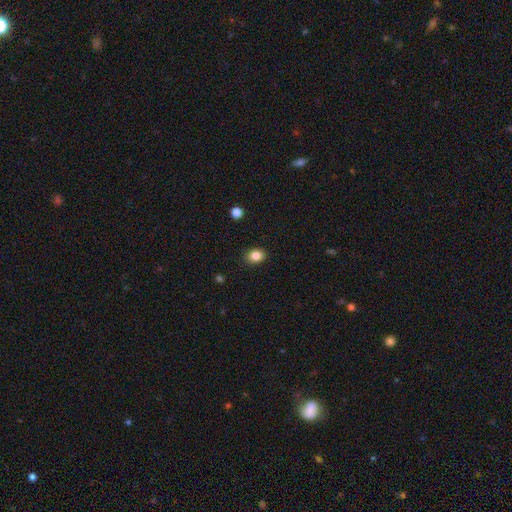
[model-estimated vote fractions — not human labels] smooth-or-featured: smooth: 85% | star or artifact: 10% | featured or disk: 5%
  how-rounded: in between: 59% | round: 40% | cigar-shaped: 1%
  merging: none: 87% | minor disturbance: 9% | major disturbance: 2% | merger: 1%